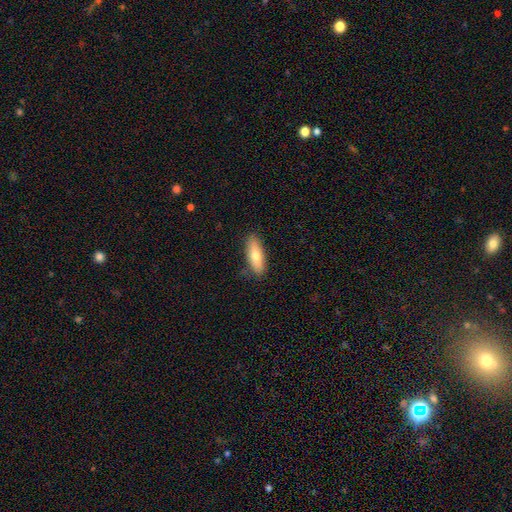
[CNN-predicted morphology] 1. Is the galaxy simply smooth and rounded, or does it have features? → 71% smooth, 23% featured or disk, 6% star or artifact.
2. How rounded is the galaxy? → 60% in between, 37% cigar-shaped, 2% round.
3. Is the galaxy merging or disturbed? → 86% none, 11% minor disturbance, 2% major disturbance, 1% merger.